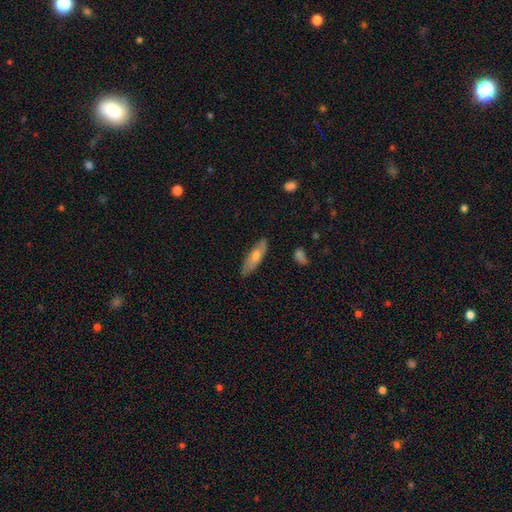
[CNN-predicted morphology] smooth_or_featured: smooth (p=0.55) [alt: featured or disk p=0.38]
how_rounded: cigar-shaped (p=0.55) [alt: in between p=0.43]
merging: none (p=0.82) [alt: minor disturbance p=0.14]